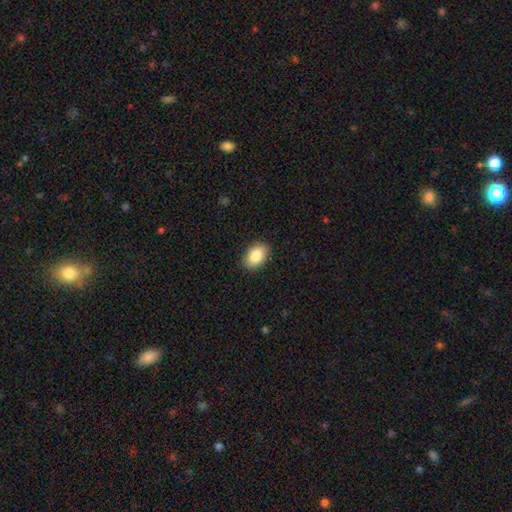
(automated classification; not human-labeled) A smooth galaxy with no disk features (87%) that is in between round and cigar-shaped (87%).

Vote fractions:
- Smooth or featured? smooth: 87% / star or artifact: 7% / featured or disk: 6%
- How rounded? in between: 87% / round: 11% / cigar-shaped: 1%
- Merging? none: 89% / minor disturbance: 8% / major disturbance: 2% / merger: 1%